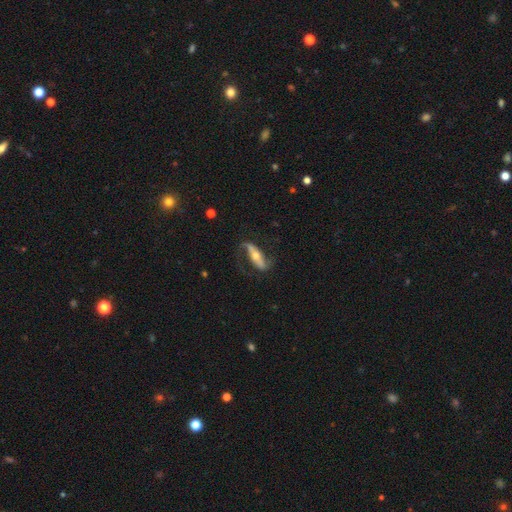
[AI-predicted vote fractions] Smooth or featured? featured or disk (72%)
Edge-on disk? no (75%)
Bar? strong (52%)
Spiral arms? yes (84%)
Bulge size? moderate (57%)
Merging? none (64%)